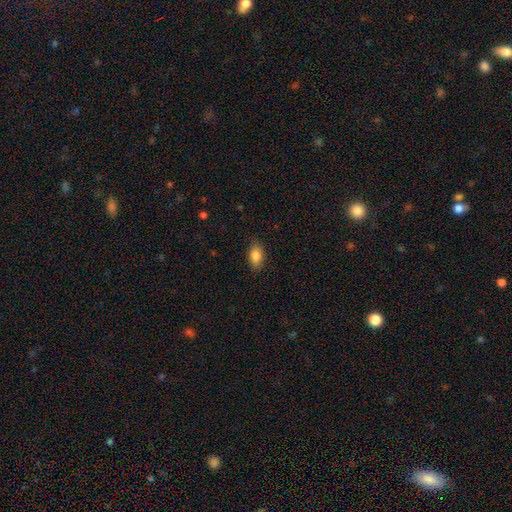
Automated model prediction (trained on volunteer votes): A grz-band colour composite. It shows a smooth galaxy with no disk features (86%) that is in between round and cigar-shaped (90%). Merging: none (85%).